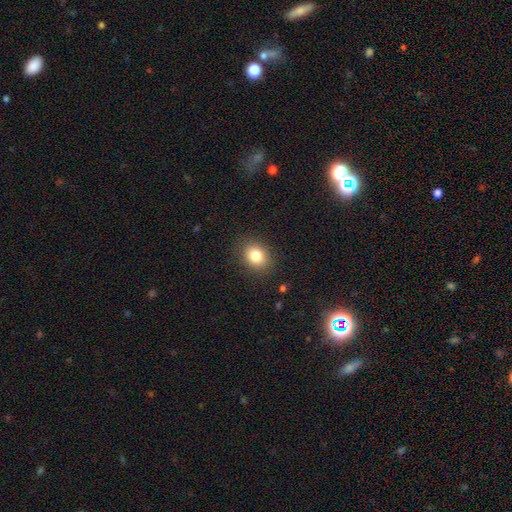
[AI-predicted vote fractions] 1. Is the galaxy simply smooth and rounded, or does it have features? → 82% smooth, 10% star or artifact, 8% featured or disk.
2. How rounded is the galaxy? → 53% round, 46% in between, 1% cigar-shaped.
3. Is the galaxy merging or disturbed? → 87% none, 9% minor disturbance, 3% major disturbance, 1% merger.